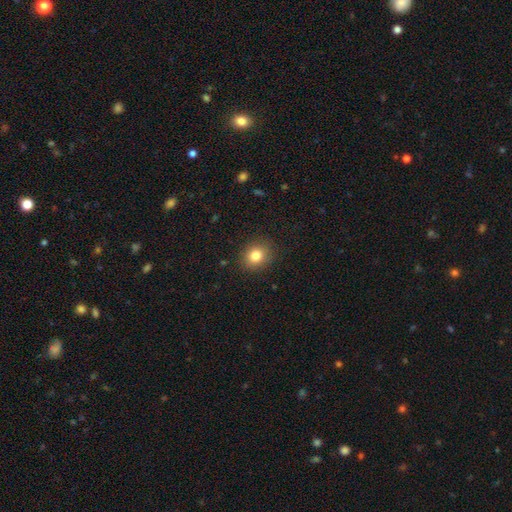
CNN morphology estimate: Smooth or featured? Predicted: smooth (p=0.82). How rounded? Predicted: round (p=0.70). Merging? Predicted: none (p=0.88).